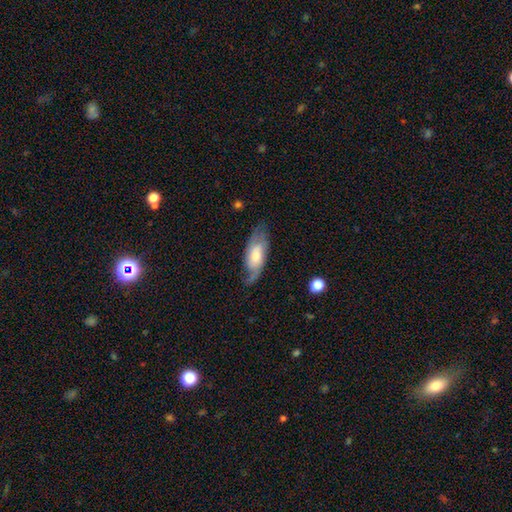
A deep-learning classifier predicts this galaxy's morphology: type=featured or disk (50%); merging=none (59%).